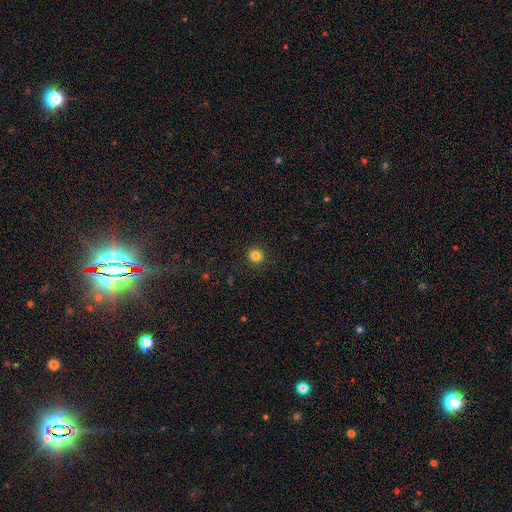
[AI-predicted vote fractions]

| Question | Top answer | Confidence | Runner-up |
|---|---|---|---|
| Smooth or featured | smooth | 84% | star or artifact (12%) |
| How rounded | round | 94% | in between (5%) |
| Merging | none | 91% | minor disturbance (6%) |